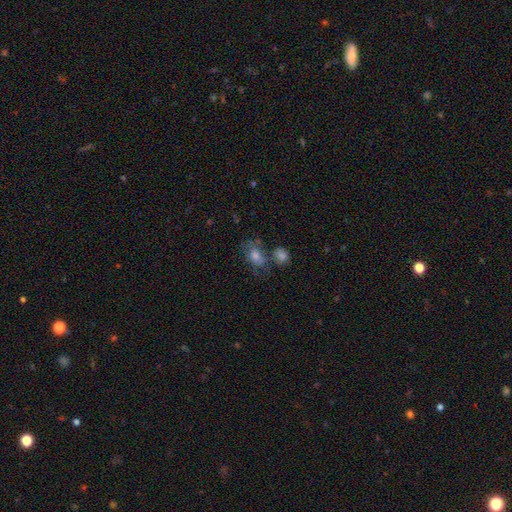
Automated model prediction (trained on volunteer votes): A smooth galaxy with no disk features (55%) that is in between round and cigar-shaped (67%). Merging: none (49%).